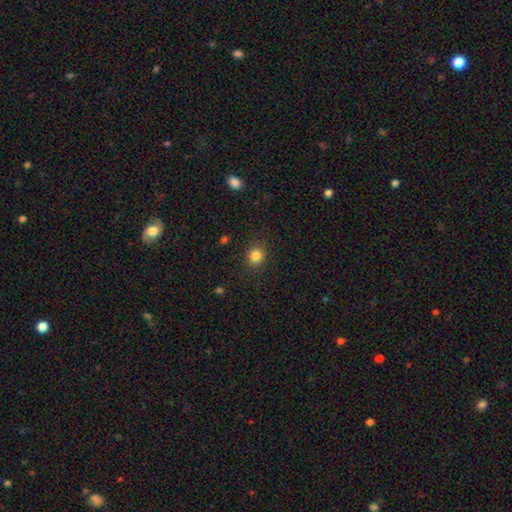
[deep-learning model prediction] Smooth or featured: smooth — 84% (star or artifact — 12%)
How rounded: round — 81% (in between — 19%)
Merging: none — 86% (minor disturbance — 9%)